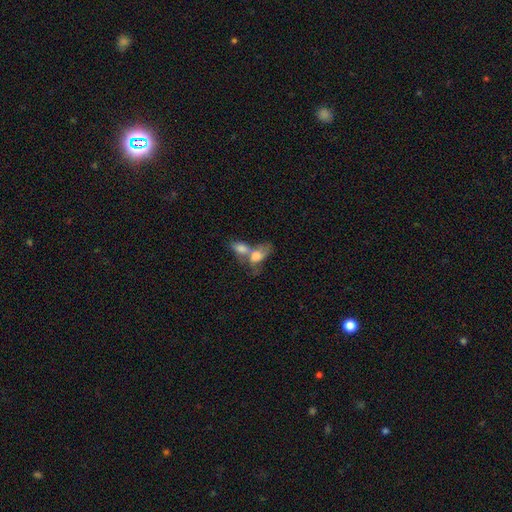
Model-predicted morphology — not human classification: Smooth or featured? Predicted: smooth (p=0.68). How rounded? Predicted: in between (p=0.82). Merging? Predicted: merger (p=0.74).